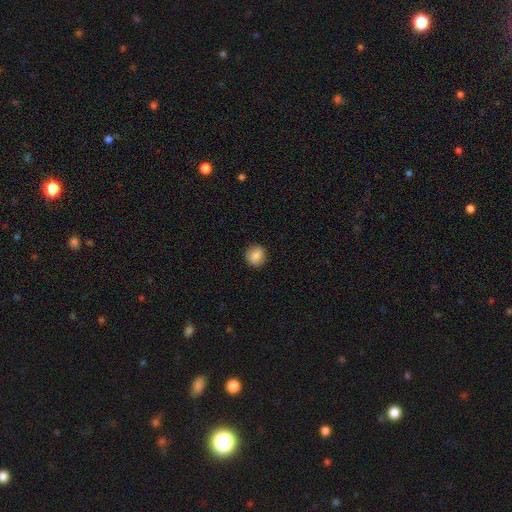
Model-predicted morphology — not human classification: Smooth or featured?
  - smooth: 87% *
  - star or artifact: 8%
  - featured or disk: 5%
How rounded?
  - round: 84% *
  - in between: 15%
  - cigar-shaped: 1%
Merging?
  - none: 89% *
  - minor disturbance: 8%
  - major disturbance: 2%
  - merger: 1%